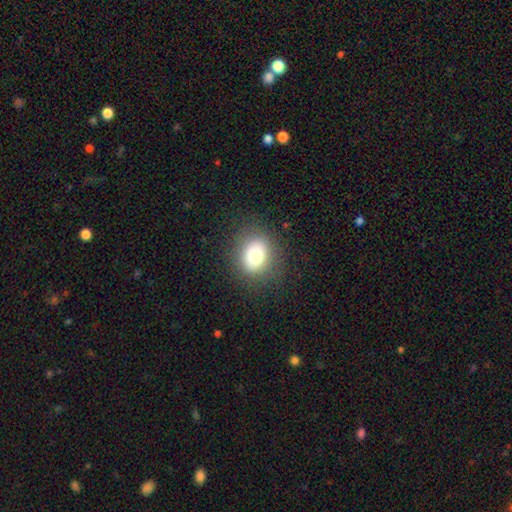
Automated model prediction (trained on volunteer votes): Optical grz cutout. It shows a smooth galaxy with no disk features (77%) that is round (58%). Merging: none (84%).